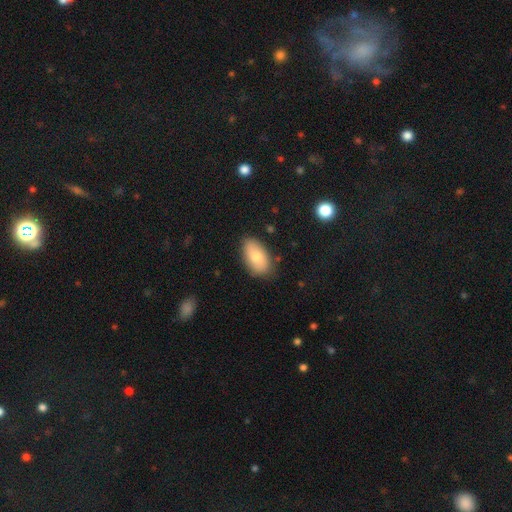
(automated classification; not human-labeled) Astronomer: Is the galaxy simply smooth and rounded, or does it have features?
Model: smooth — 77%.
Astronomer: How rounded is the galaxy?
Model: in between — 94%.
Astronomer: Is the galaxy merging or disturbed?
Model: none — 79%.